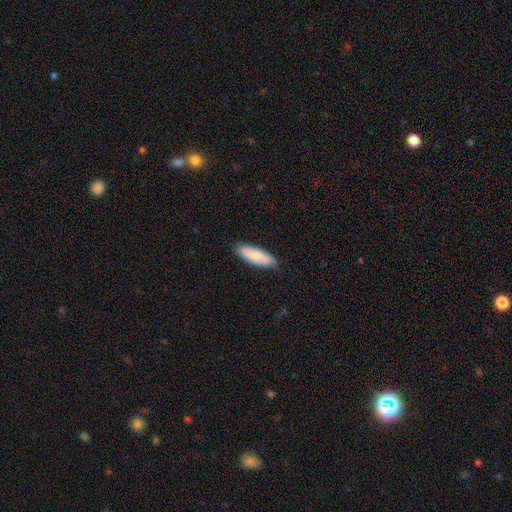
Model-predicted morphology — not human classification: This is likely a smooth galaxy (77%). How rounded: likely in between (65%). Merging: likely none (79%).